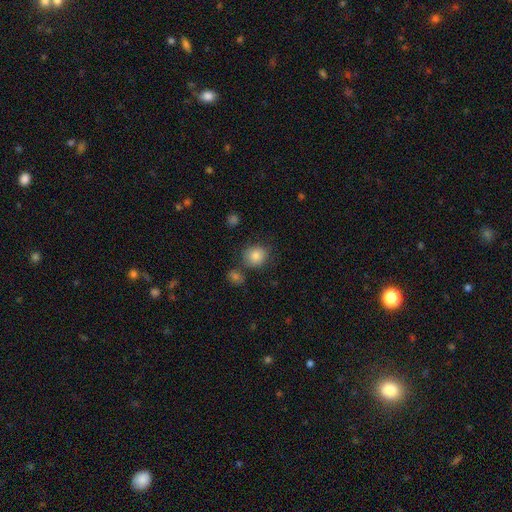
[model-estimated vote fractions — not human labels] Smooth or featured? smooth (83%)
How rounded? round (81%)
Merging? none (74%)